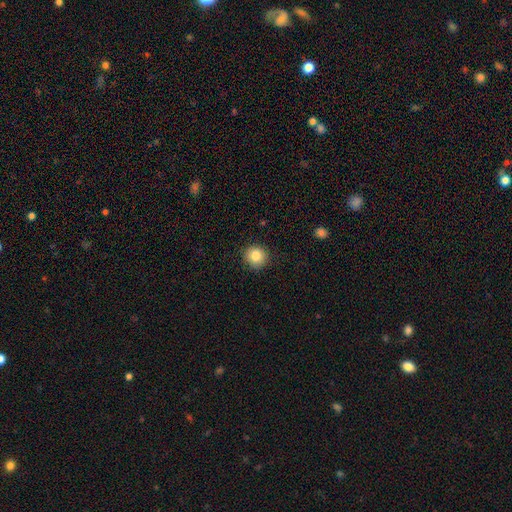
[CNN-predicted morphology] A smooth galaxy with no disk features (83%) that is round (92%). Merging: none (90%).